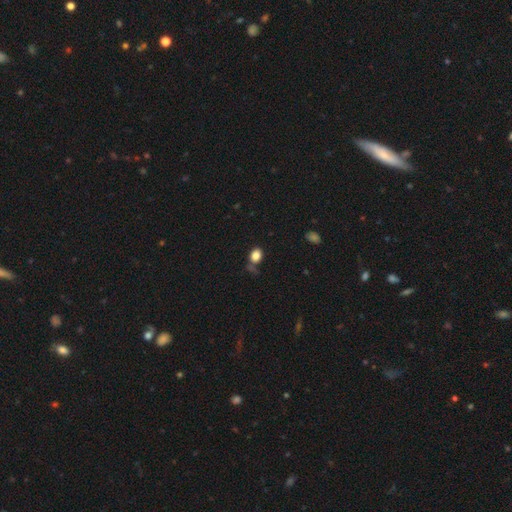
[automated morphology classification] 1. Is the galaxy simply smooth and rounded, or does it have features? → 82% smooth, 11% star or artifact, 6% featured or disk.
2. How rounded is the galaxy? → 59% in between, 39% round, 1% cigar-shaped.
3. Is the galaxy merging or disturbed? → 62% none, 19% minor disturbance, 10% merger, 9% major disturbance.